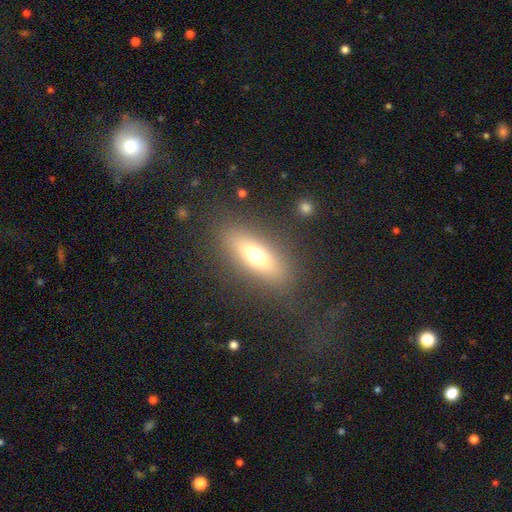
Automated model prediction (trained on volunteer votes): smooth 58%, featured or disk 27%, star or artifact 14%. Down the decision tree: how rounded — in between (66%); merging — none (84%).